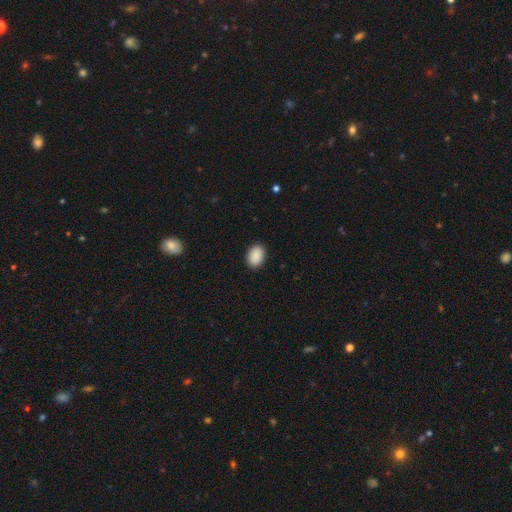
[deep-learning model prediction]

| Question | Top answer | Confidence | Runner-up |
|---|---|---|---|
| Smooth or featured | smooth | 91% | star or artifact (7%) |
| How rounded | in between | 82% | round (17%) |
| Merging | none | 90% | minor disturbance (7%) |